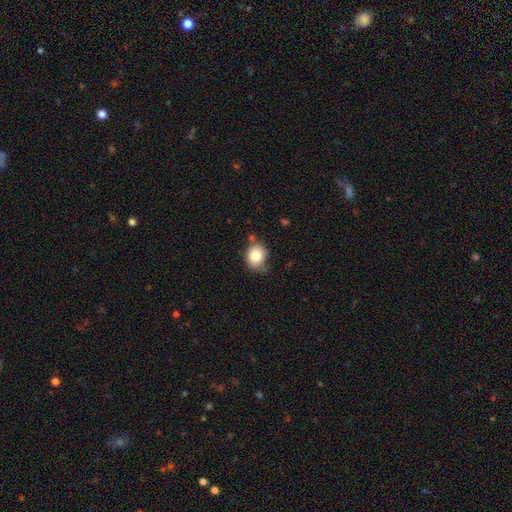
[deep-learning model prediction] Overall: smooth (82%). How rounded: round (59%; in between 40%). Merging: none (67%).